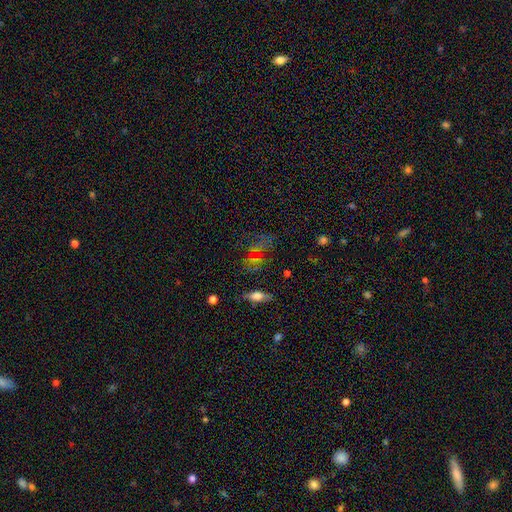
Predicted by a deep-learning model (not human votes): smooth_or_featured: smooth (p=0.47) [alt: star or artifact p=0.34]
merging: none (p=0.60) [alt: minor disturbance p=0.17]